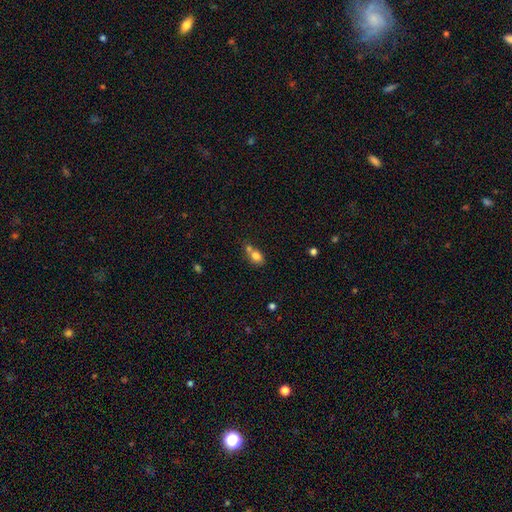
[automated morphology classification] This appears to be a smooth galaxy with no disk features (77%) that is in between round and cigar-shaped (70%). Merging: merger (43%).